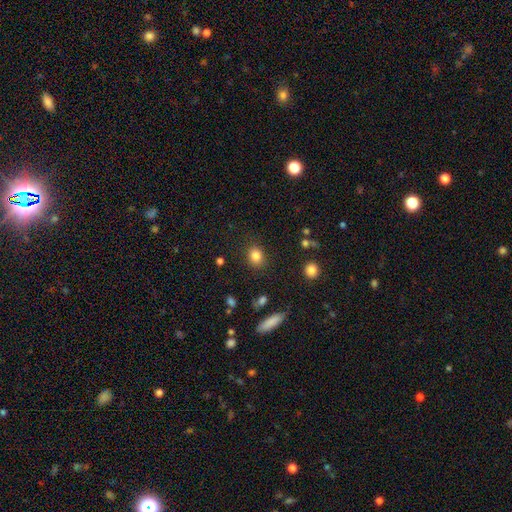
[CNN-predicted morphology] Smooth or featured? smooth (84%)
How rounded? round (52%)
Merging? none (85%)